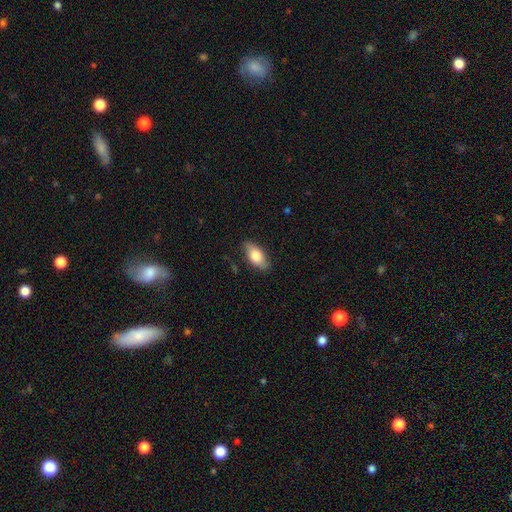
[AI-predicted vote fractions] smooth 78%, featured or disk 16%, star or artifact 6%. Down the decision tree: how rounded — in between (89%); merging — none (84%).